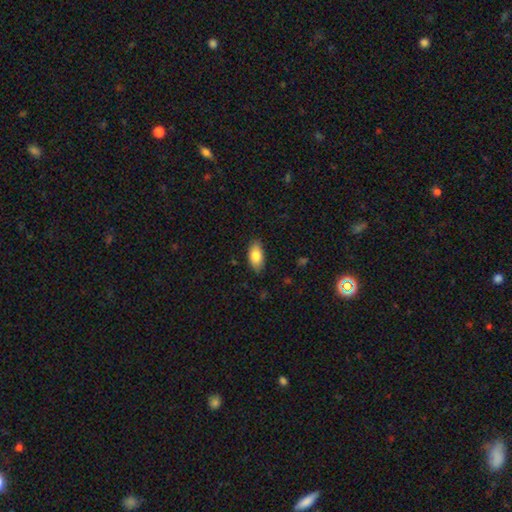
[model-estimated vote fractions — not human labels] Overall: smooth (82%). How rounded: in between (92%). Merging: none (85%).